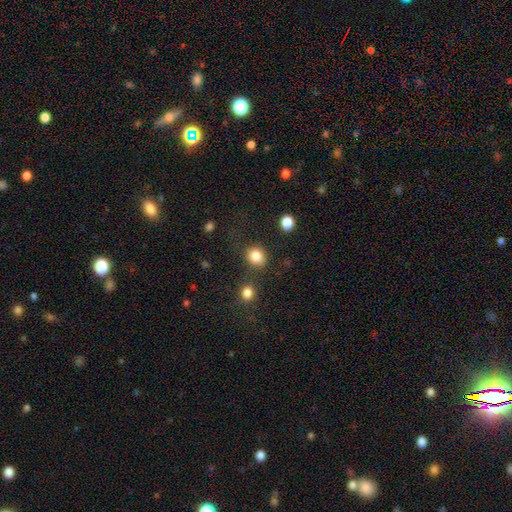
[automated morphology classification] type=smooth (84%); roundness=round (70%); merging=none (73%).